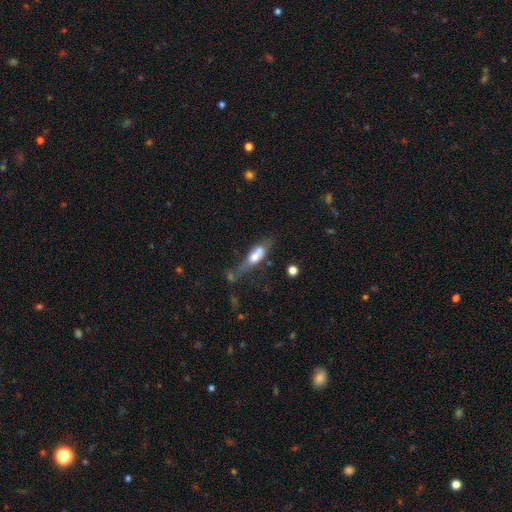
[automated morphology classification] smooth 54%, featured or disk 37%, star or artifact 9%. Down the decision tree: how rounded — in between (57%); merging — merger (31%).